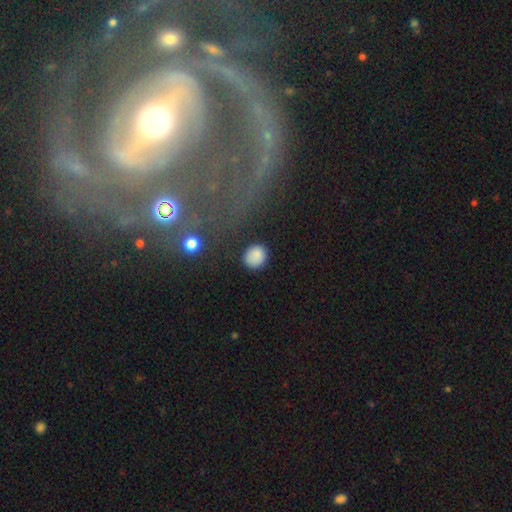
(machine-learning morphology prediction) A smooth galaxy with no disk features (86%) that is round (74%).

Vote fractions:
- Smooth or featured? smooth: 86% / star or artifact: 9% / featured or disk: 5%
- How rounded? round: 74% / in between: 25% / cigar-shaped: 1%
- Merging? none: 83% / minor disturbance: 12% / major disturbance: 3% / merger: 2%